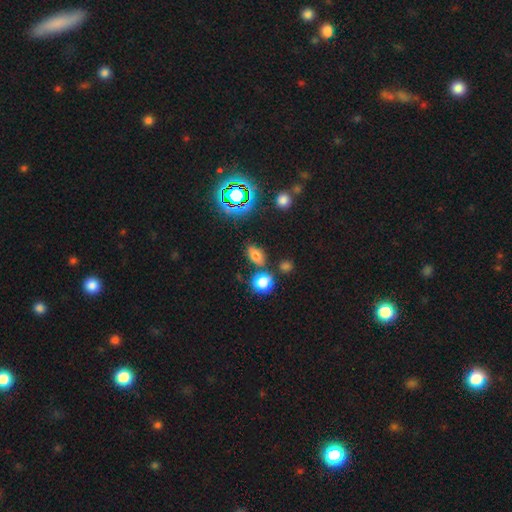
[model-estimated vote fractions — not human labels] Smooth or featured? Predicted: smooth (p=0.58). How rounded? Predicted: in between (p=0.79). Merging? Predicted: none (p=0.76).